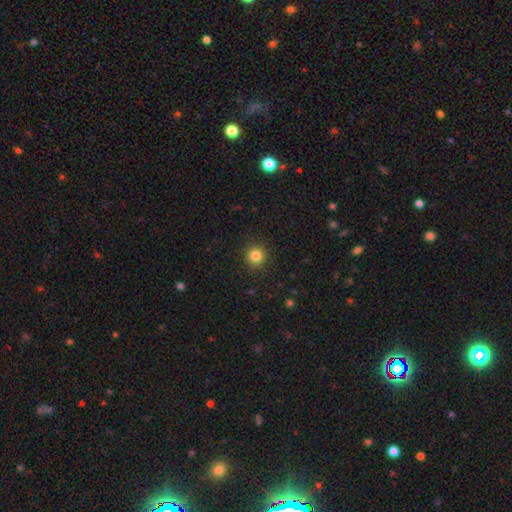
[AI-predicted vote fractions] Overall: smooth (84%). How rounded: round (94%). Merging: none (92%).